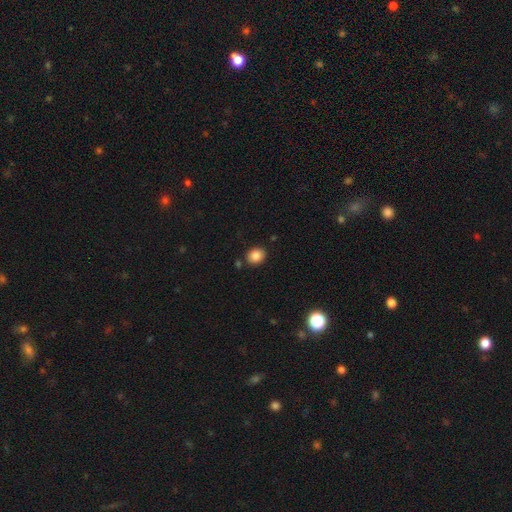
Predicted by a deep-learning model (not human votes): Overall: smooth (85%). How rounded: round (63%; in between 36%). Merging: none (85%).